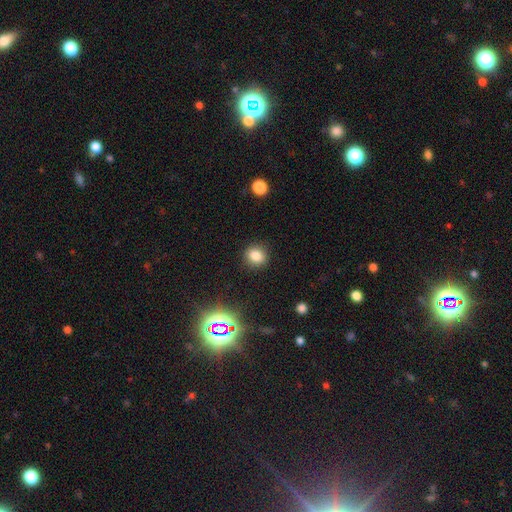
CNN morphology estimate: Overall: smooth (81%). How rounded: round (77%). Merging: none (90%).